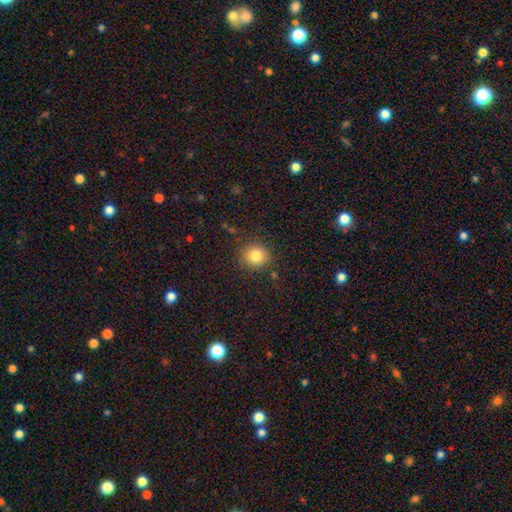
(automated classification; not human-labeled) A smooth galaxy with no disk features (81%) that is round (89%).

Vote fractions:
- Smooth or featured? smooth: 81% / star or artifact: 12% / featured or disk: 7%
- How rounded? round: 89% / in between: 10% / cigar-shaped: 1%
- Merging? none: 87% / minor disturbance: 8% / major disturbance: 3% / merger: 2%